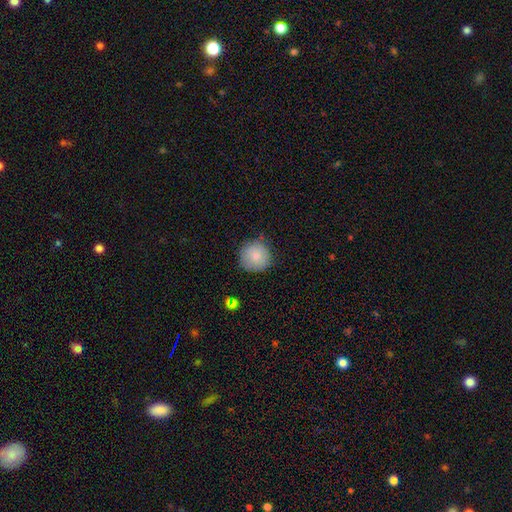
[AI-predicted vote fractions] Overall: smooth (78%). How rounded: round (94%). Merging: none (80%).